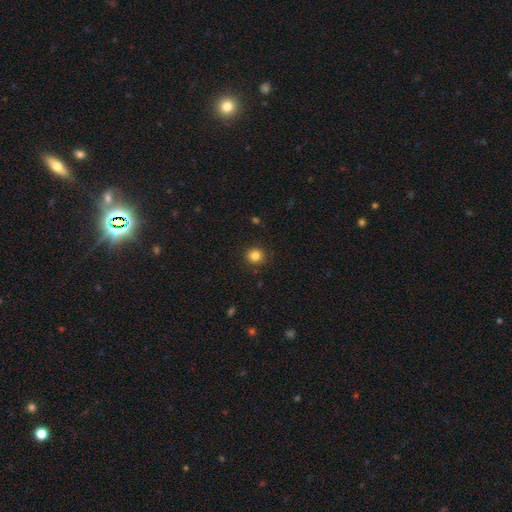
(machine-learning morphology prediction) The model was most divided on "smooth or featured": smooth: 83%, star or artifact: 12%, featured or disk: 5%. More confident: merging — none (88%); how rounded — round (88%).